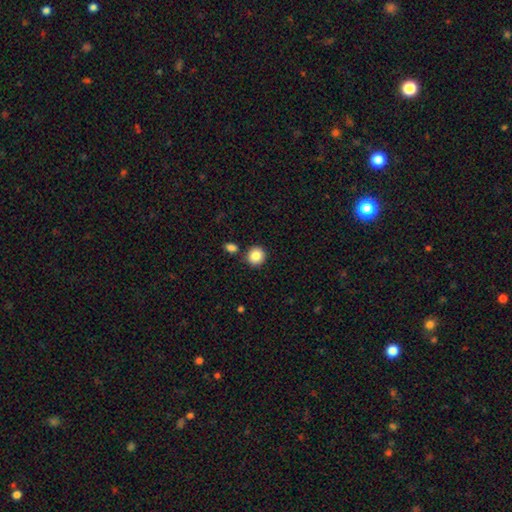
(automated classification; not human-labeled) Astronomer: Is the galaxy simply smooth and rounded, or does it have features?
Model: smooth — 87%.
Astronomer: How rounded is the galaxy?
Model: round — 92%.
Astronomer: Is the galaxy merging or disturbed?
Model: none — 85%.